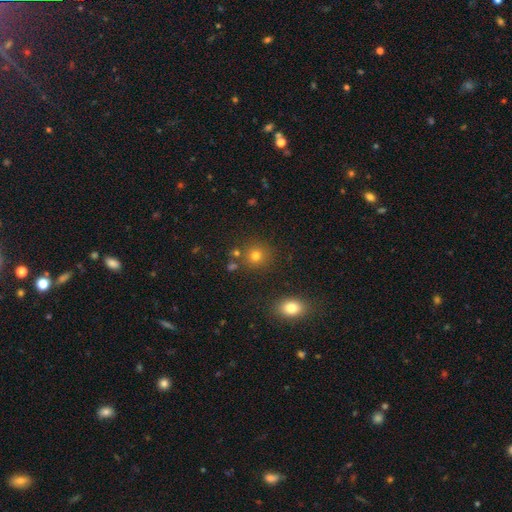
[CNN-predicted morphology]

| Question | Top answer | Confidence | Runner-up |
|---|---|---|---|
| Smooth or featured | smooth | 75% | star or artifact (17%) |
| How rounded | round | 87% | in between (12%) |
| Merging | none | 80% | merger (9%) |